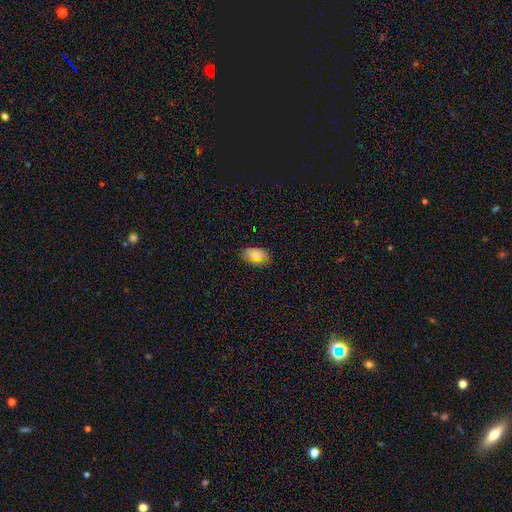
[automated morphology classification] The model was most divided on "smooth or featured": smooth: 76%, star or artifact: 17%, featured or disk: 7%. More confident: how rounded — in between (91%); merging — none (84%).